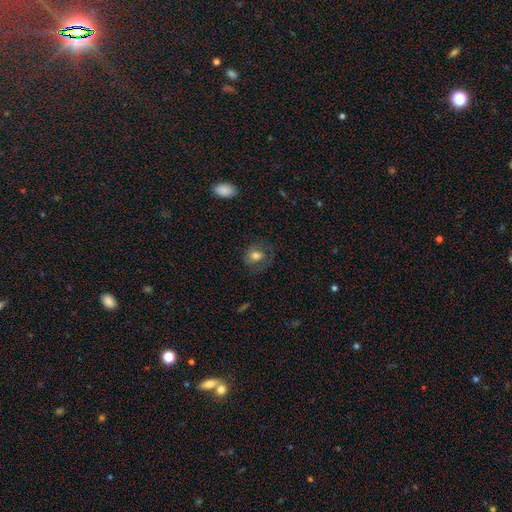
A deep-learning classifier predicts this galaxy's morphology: Smooth or featured: smooth — 67% (featured or disk — 23%)
How rounded: round — 56% (in between — 43%)
Merging: none — 60% (minor disturbance — 21%)